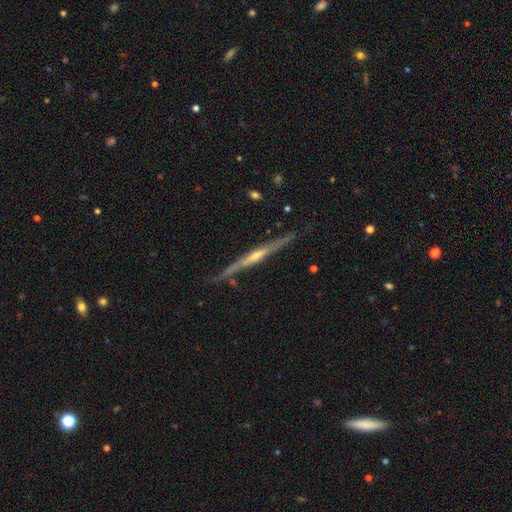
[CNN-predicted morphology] Smooth or featured?
  - featured or disk: 78% *
  - smooth: 16%
  - star or artifact: 5%
Edge-on disk?
  - yes: 97% *
  - no: 3%
Edge-on bulge?
  - rounded: 59% *
  - none: 34%
  - boxy: 7%
Merging?
  - none: 83% *
  - minor disturbance: 13%
  - major disturbance: 2%
  - merger: 2%